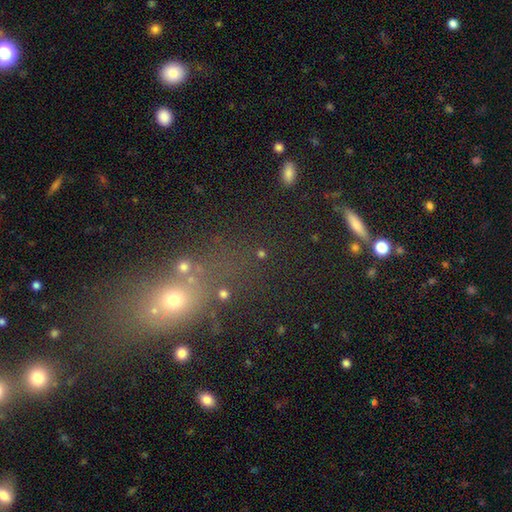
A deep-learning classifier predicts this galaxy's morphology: Smooth or featured? Predicted: smooth (p=0.46). Merging? Predicted: none (p=0.61).